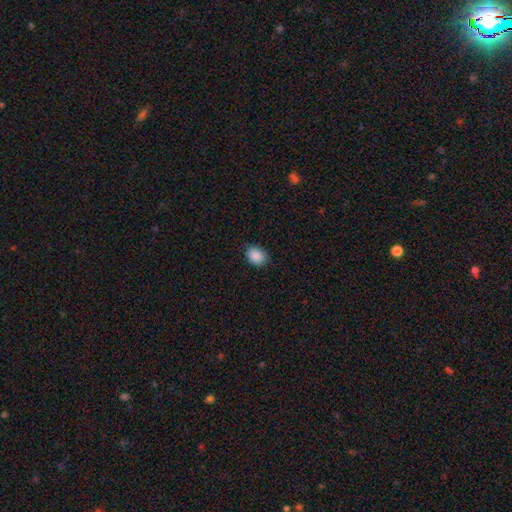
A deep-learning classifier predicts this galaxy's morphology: Smooth or featured? smooth (89%)
How rounded? in between (61%)
Merging? none (82%)